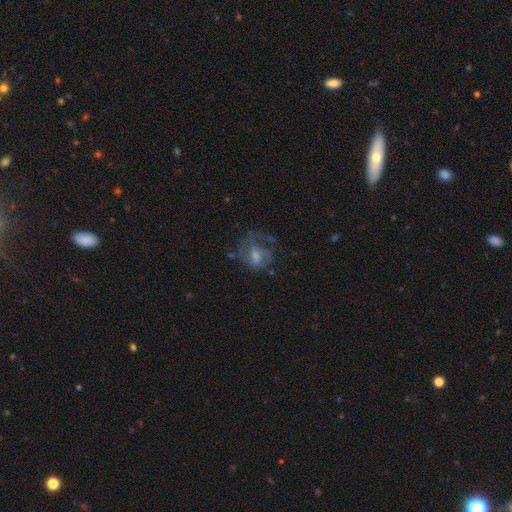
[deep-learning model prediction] Smooth or featured?
  - featured or disk: 53% *
  - smooth: 35%
  - star or artifact: 11%
Edge-on disk?
  - no: 96% *
  - yes: 4%
Bar?
  - weak: 47% *
  - no: 40%
  - strong: 13%
Spiral arms?
  - yes: 67% *
  - no: 33%
Bulge size?
  - moderate: 44% *
  - small: 28%
  - none: 16%
  - large: 10%
  - dominant: 1%
Merging?
  - none: 43% *
  - major disturbance: 31%
  - minor disturbance: 22%
  - merger: 3%